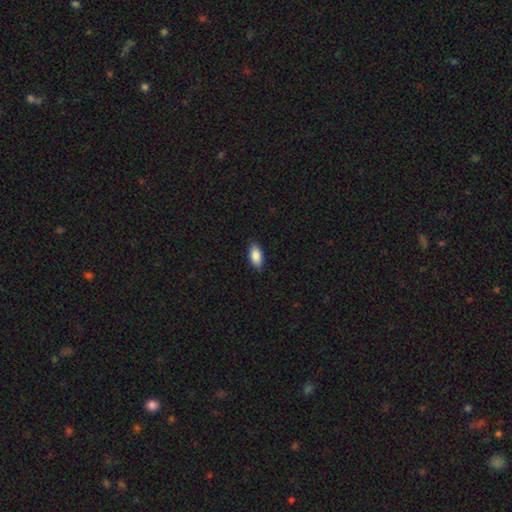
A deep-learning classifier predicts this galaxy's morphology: Smooth or featured? smooth (89%)
How rounded? in between (92%)
Merging? none (87%)